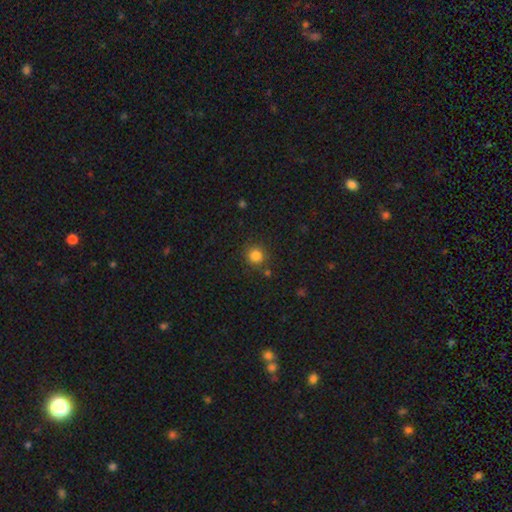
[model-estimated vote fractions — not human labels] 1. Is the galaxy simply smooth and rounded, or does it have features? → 83% smooth, 12% star or artifact, 5% featured or disk.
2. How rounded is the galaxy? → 91% round, 8% in between, 1% cigar-shaped.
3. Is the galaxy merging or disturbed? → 84% none, 9% minor disturbance, 4% merger, 3% major disturbance.